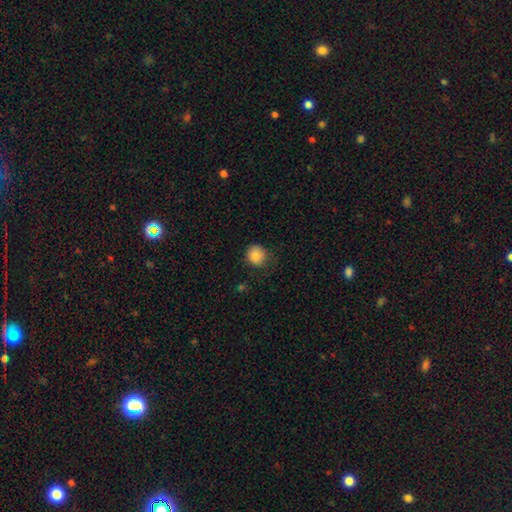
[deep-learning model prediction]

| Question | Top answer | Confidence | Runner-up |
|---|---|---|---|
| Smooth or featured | smooth | 86% | star or artifact (10%) |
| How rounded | round | 86% | in between (13%) |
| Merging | none | 77% | minor disturbance (18%) |